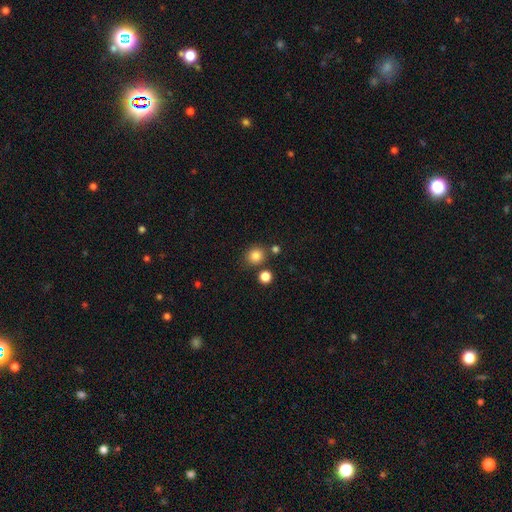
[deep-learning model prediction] The model was most divided on "how rounded": round: 83%, in between: 16%, cigar-shaped: 1%. More confident: smooth or featured — smooth (83%); merging — none (79%).